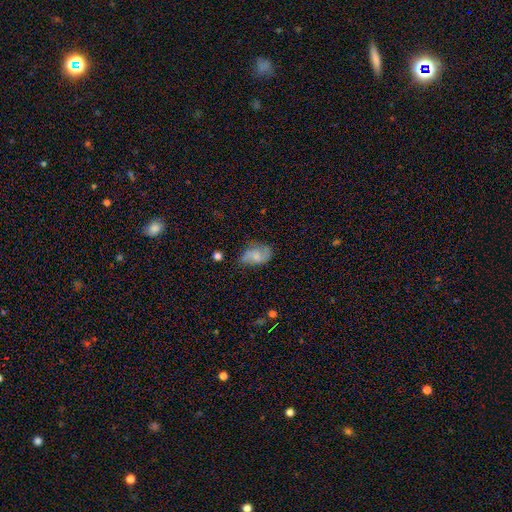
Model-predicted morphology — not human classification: Q: Smooth or featured?
A: featured or disk (51%); runner-up: smooth (41%)
Q: Edge-on disk?
A: no (97%); runner-up: yes (3%)
Q: Merging?
A: none (58%); runner-up: minor disturbance (28%)